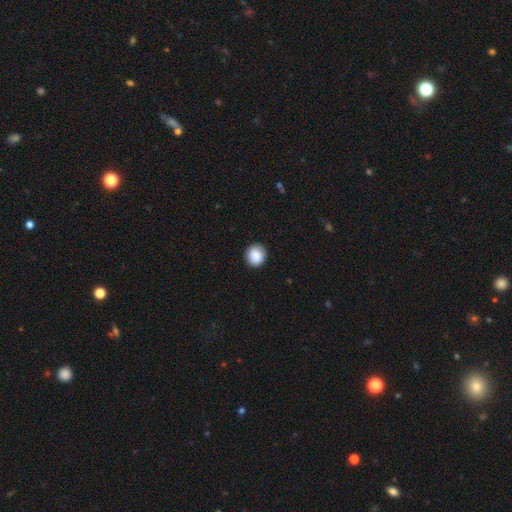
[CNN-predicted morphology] Overall: smooth (89%). How rounded: round (89%). Merging: none (89%).